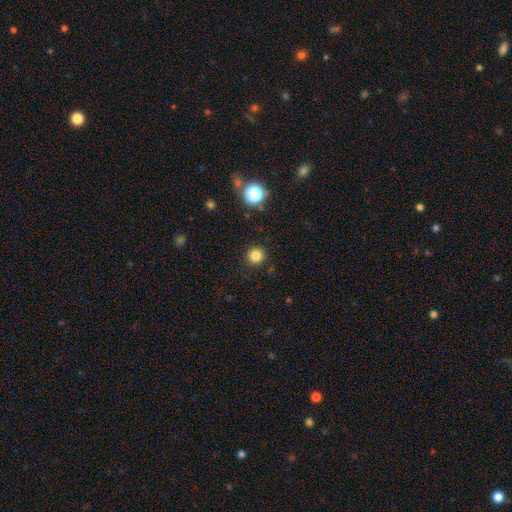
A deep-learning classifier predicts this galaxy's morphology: A smooth galaxy with no disk features (82%) that is round (95%). Merging: none (91%).